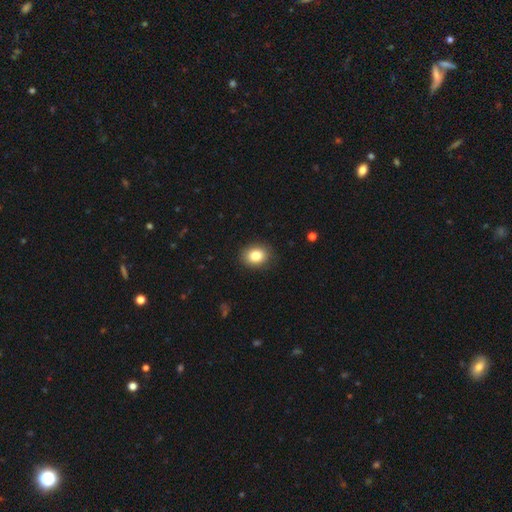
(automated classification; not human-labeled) This appears to be a smooth galaxy with no disk features (84%) that is in between round and cigar-shaped (51%). Merging: none (88%).